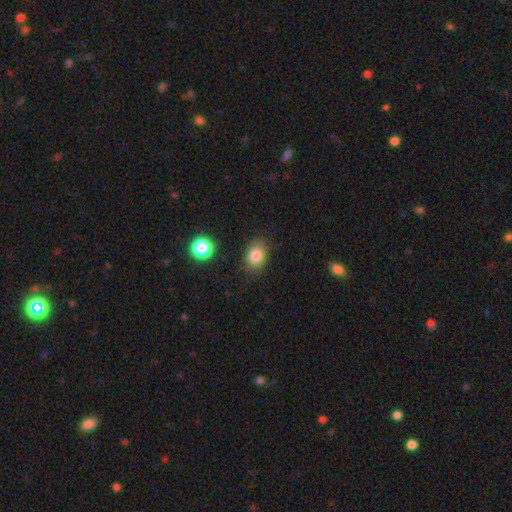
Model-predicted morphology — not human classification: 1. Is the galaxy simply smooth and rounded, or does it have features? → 82% smooth, 11% star or artifact, 7% featured or disk.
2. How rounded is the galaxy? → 68% in between, 31% round, 1% cigar-shaped.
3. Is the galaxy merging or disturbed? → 82% none, 13% minor disturbance, 3% major disturbance, 2% merger.